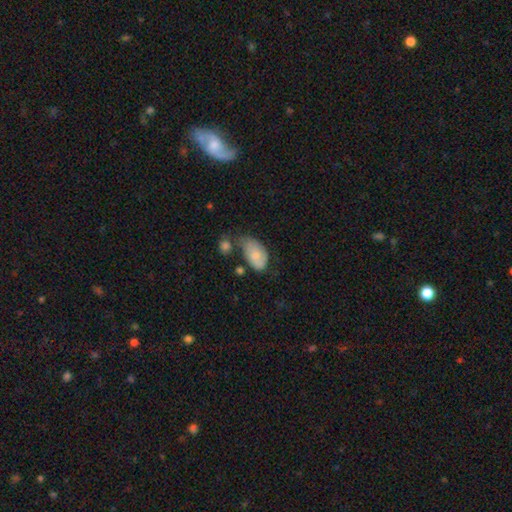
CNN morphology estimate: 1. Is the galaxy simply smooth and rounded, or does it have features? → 73% smooth, 20% featured or disk, 7% star or artifact.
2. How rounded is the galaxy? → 92% in between, 6% round, 2% cigar-shaped.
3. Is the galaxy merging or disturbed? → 35% minor disturbance (tied), 35% none (tied), 16% major disturbance, 13% merger.